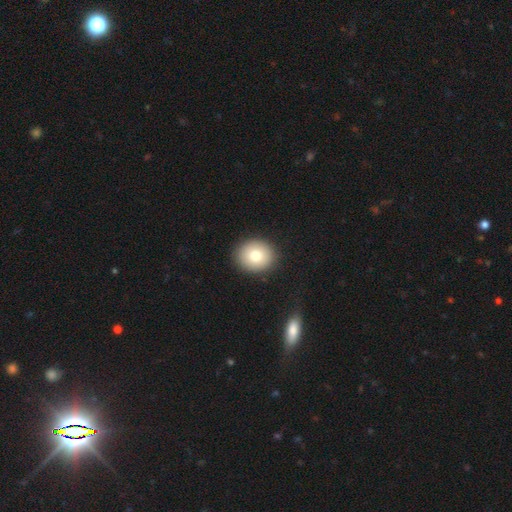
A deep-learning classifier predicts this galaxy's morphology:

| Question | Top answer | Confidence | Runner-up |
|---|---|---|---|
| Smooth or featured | smooth | 78% | featured or disk (13%) |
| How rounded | round | 74% | in between (26%) |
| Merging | none | 90% | minor disturbance (7%) |